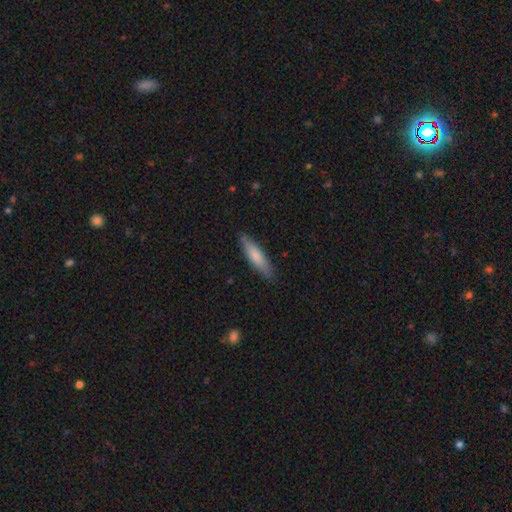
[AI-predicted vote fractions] Morphology: type=smooth (75%); roundness=cigar-shaped (76%); merging=none (87%).